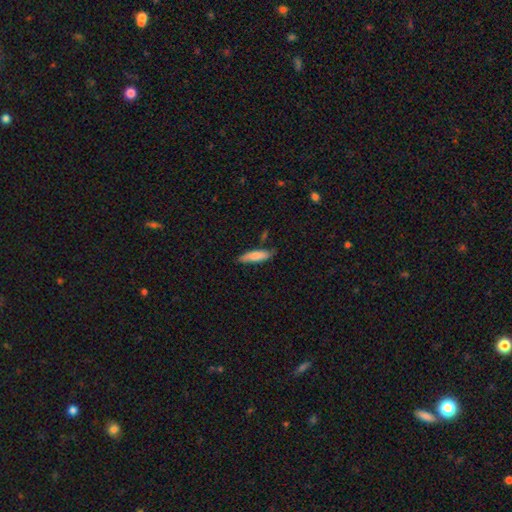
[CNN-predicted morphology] A smooth galaxy with no disk features (77%) that is cigar-shaped (63%).

Vote fractions:
- Smooth or featured? smooth: 77% / featured or disk: 17% / star or artifact: 6%
- How rounded? cigar-shaped: 63% / in between: 35% / round: 2%
- Merging? none: 76% / minor disturbance: 18% / merger: 3% / major disturbance: 3%